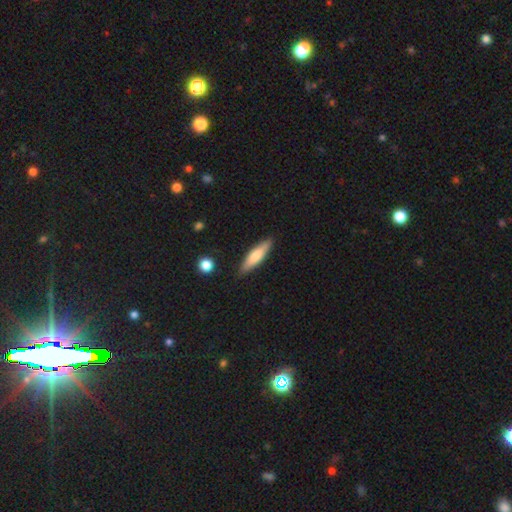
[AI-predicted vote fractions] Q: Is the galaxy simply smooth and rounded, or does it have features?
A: smooth — 66%.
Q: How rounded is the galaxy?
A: cigar-shaped — 75%.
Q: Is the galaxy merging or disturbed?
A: none — 87%.